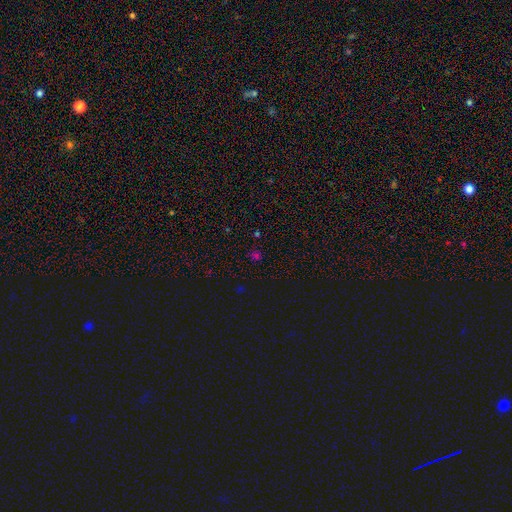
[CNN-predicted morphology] smooth_or_featured: smooth (p=0.50) [alt: star or artifact p=0.44]
merging: none (p=0.81) [alt: minor disturbance p=0.11]